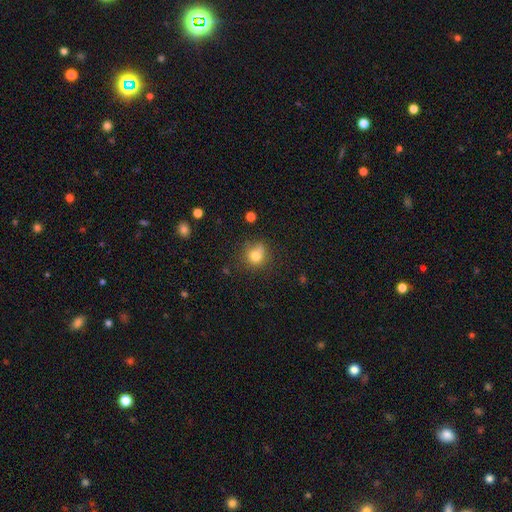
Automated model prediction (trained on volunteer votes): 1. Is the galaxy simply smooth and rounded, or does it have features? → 76% smooth, 14% star or artifact, 10% featured or disk.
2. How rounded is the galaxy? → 86% round, 13% in between, 1% cigar-shaped.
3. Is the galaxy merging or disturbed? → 65% none, 17% minor disturbance, 12% merger, 6% major disturbance.